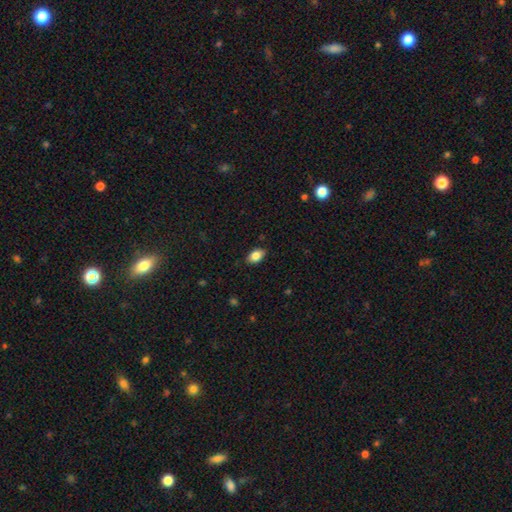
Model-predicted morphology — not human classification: This is clearly a smooth galaxy (84%). How rounded: clearly in between (88%). Merging: clearly none (86%).